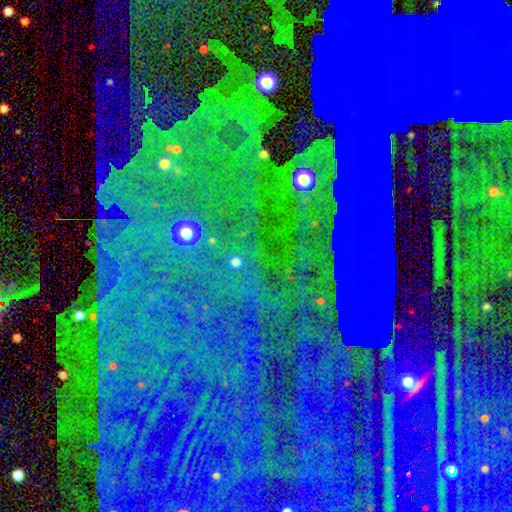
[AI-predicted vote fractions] Smooth or featured?
  - star or artifact: 84% *
  - featured or disk: 9%
  - smooth: 7%